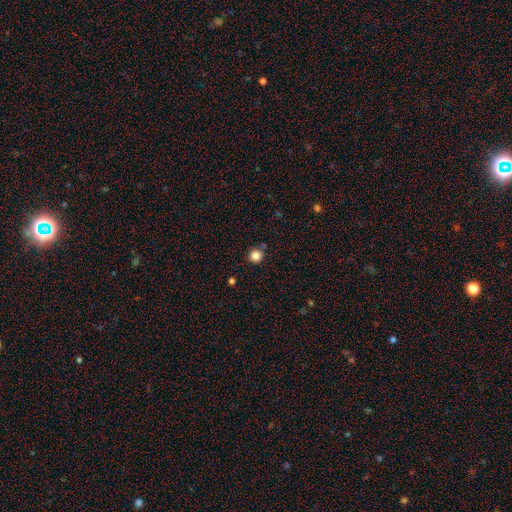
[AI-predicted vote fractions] A smooth galaxy with no disk features (84%) that is round (94%). Merging: none (85%).